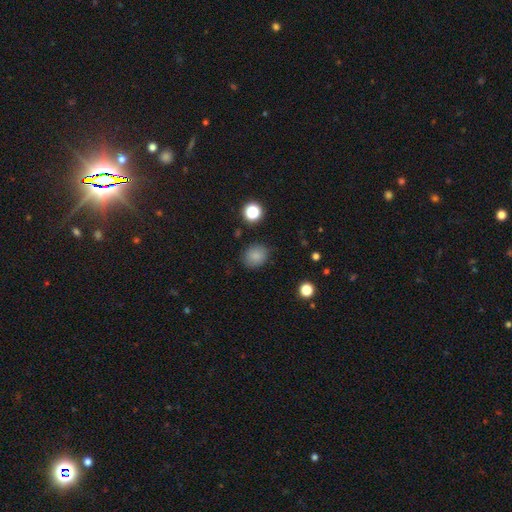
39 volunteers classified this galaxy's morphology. This is clearly a smooth galaxy (82%). How rounded: likely round (66%). Merging: clearly none (89%).